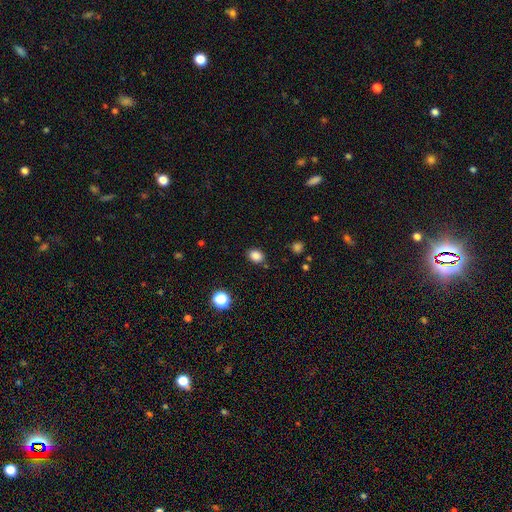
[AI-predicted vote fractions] Smooth or featured? smooth (84%)
How rounded? in between (58%)
Merging? none (83%)